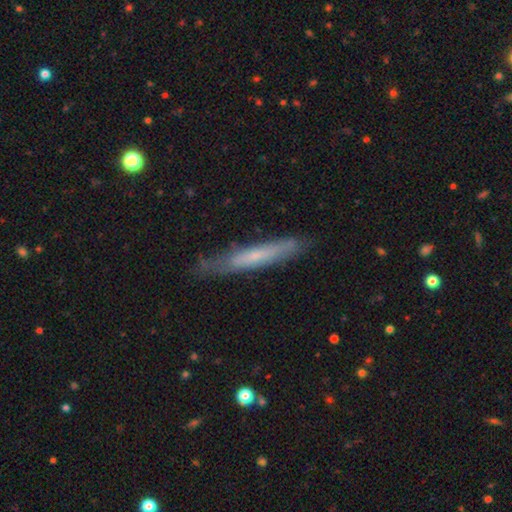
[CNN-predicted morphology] Smooth or featured?
  - smooth: 49% *
  - featured or disk: 44%
  - star or artifact: 7%
Merging?
  - none: 77% *
  - minor disturbance: 18%
  - major disturbance: 4%
  - merger: 2%